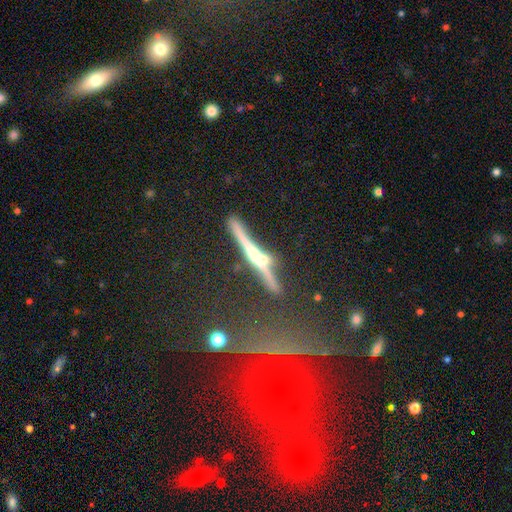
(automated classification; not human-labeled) The model was most divided on "edge-on bulge": rounded: 62%, none: 24%, boxy: 14%. More confident: edge-on disk — yes (93%); merging — none (67%); smooth or featured — featured or disk (65%).